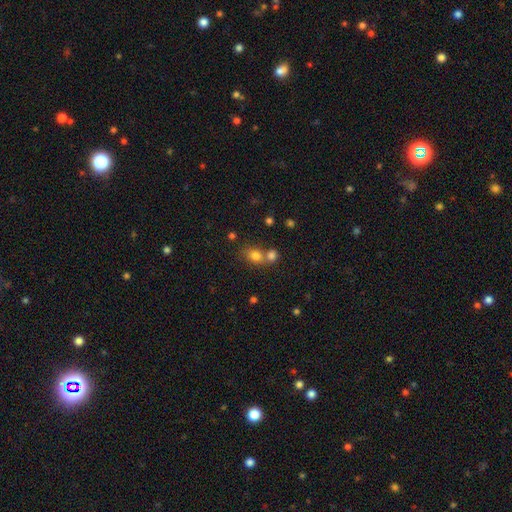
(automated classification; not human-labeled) A smooth galaxy with no disk features (78%) that is round (51%). Merging: none (43%, tied with merger).